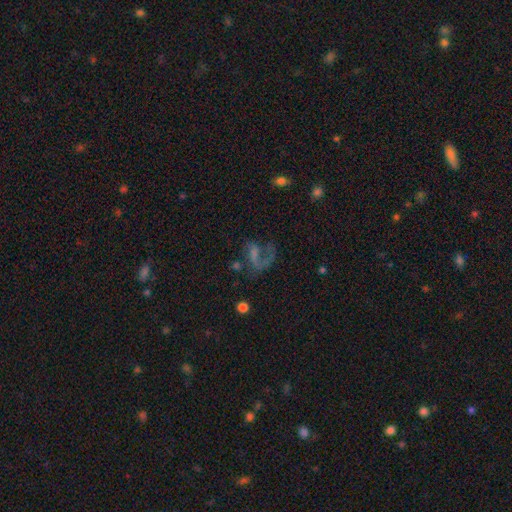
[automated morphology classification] Smooth or featured? Predicted: featured or disk (p=0.57). Edge-on disk? Predicted: no (p=0.97). Bar? Predicted: no (p=0.57). Spiral arms? Predicted: yes (p=0.66). Bulge size? Predicted: none (p=0.56). Merging? Predicted: major disturbance (p=0.45).